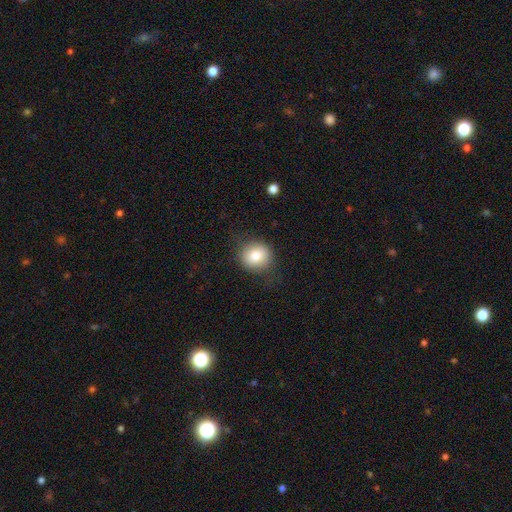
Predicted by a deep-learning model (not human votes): Smooth or featured? Predicted: smooth (p=0.82). How rounded? Predicted: round (p=0.83). Merging? Predicted: none (p=0.79).